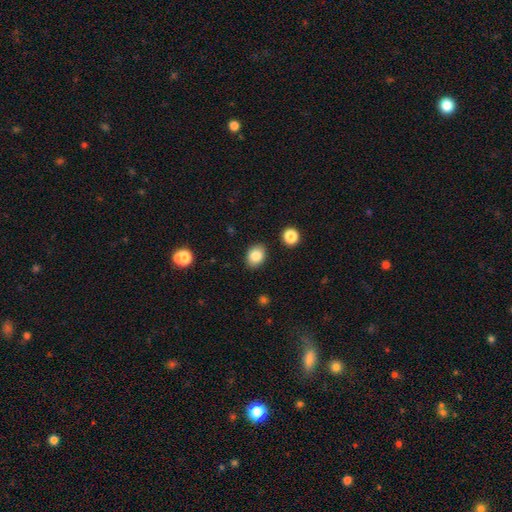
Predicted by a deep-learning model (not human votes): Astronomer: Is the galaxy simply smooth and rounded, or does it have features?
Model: smooth — 84%.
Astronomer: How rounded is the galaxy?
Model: in between — 68%.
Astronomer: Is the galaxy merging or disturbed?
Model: none — 87%.